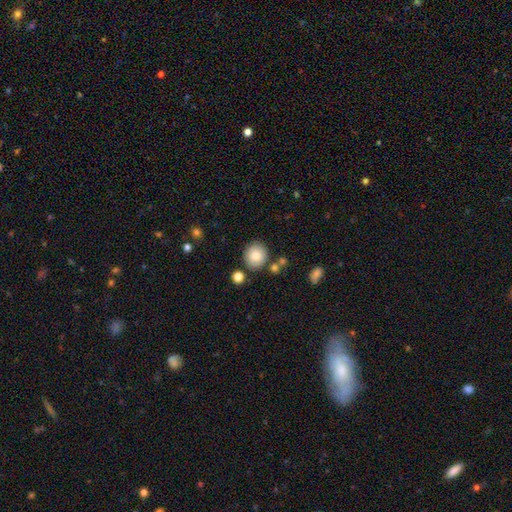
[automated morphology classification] This appears to be a smooth galaxy with no disk features (83%) that is round (83%). Merging: none (82%).